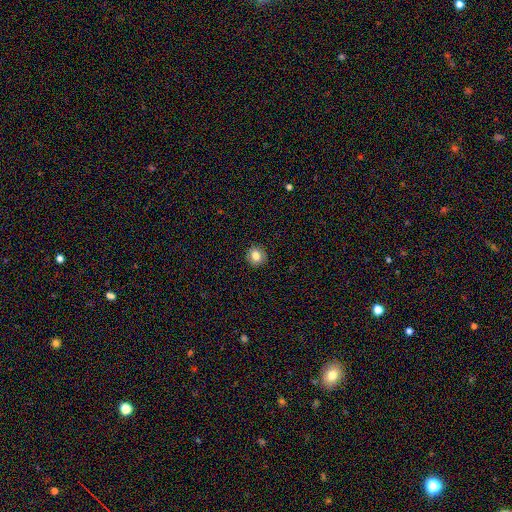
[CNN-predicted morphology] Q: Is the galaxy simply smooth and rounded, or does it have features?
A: smooth — 78%.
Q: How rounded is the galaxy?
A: round — 84%.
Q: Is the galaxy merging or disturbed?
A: none — 90%.